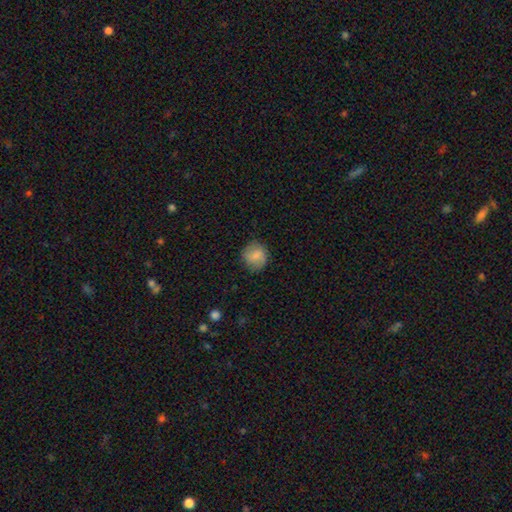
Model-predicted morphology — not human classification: The model was most divided on "smooth or featured": smooth: 74%, featured or disk: 18%, star or artifact: 8%. More confident: how rounded — round (84%); merging — none (80%).